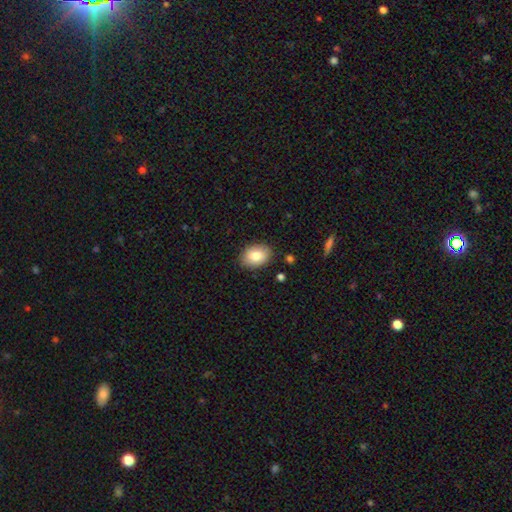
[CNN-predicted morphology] type=smooth (82%); roundness=in between (80%); merging=none (87%).